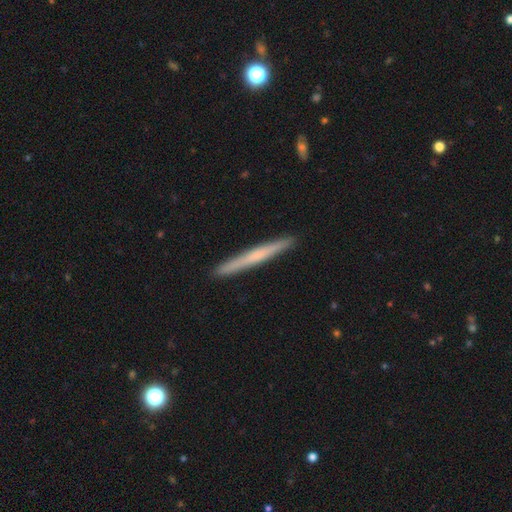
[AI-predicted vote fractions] smooth_or_featured: smooth (p=0.47) [tied with: featured or disk p=0.47]
merging: none (p=0.92) [alt: minor disturbance p=0.05]